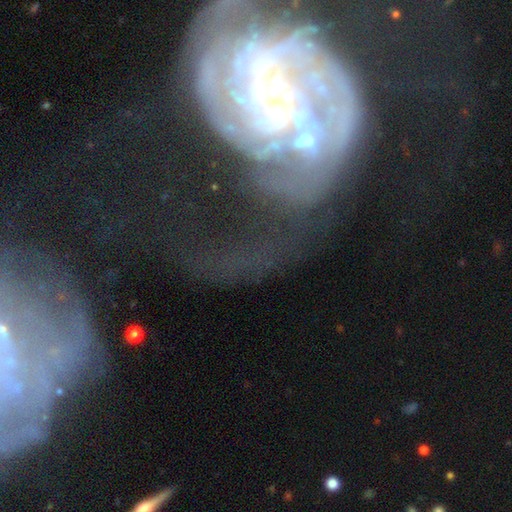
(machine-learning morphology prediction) featured or disk 81%, star or artifact 10%, smooth 9%. Down the decision tree: edge-on disk — no (96%); bar — no (62%); spiral arms — yes (90%); spiral arm count — 2 (32%); spiral winding — tight (53%); bulge size — small (74%); merging — none (34%).